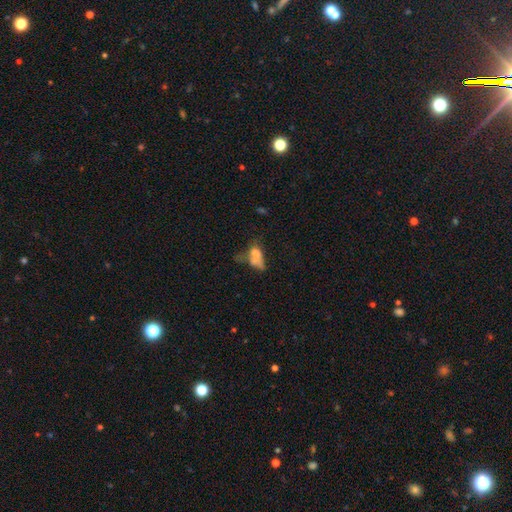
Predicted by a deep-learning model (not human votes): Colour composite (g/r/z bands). It shows a smooth galaxy with no disk features (57%) that is in between round and cigar-shaped (73%). Merging: merger (49%).